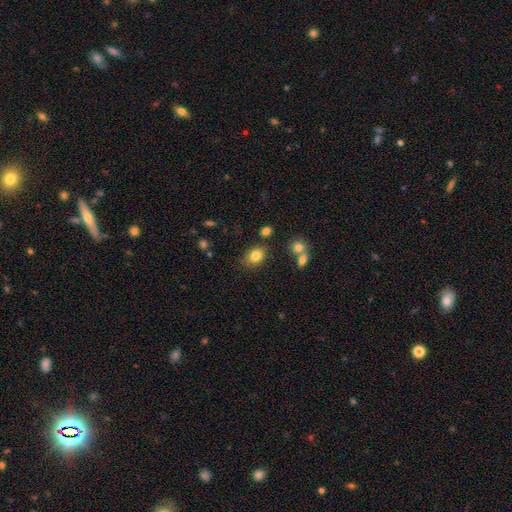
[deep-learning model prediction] Smooth or featured: smooth — 82% (star or artifact — 10%)
How rounded: in between — 68% (round — 31%)
Merging: none — 76% (minor disturbance — 14%)